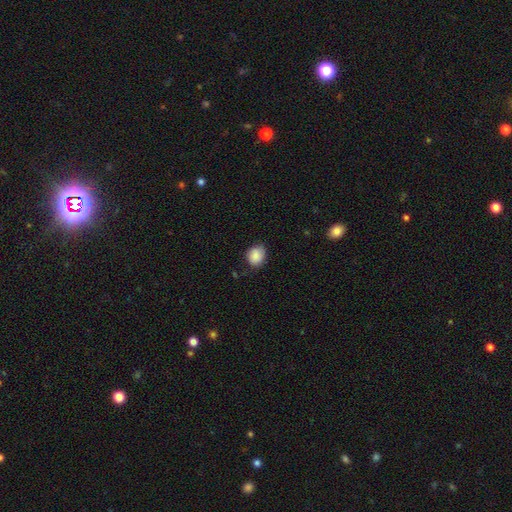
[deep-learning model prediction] The model was most divided on "how rounded": round: 59%, in between: 40%, cigar-shaped: 1%. More confident: smooth or featured — smooth (87%); merging — none (74%).